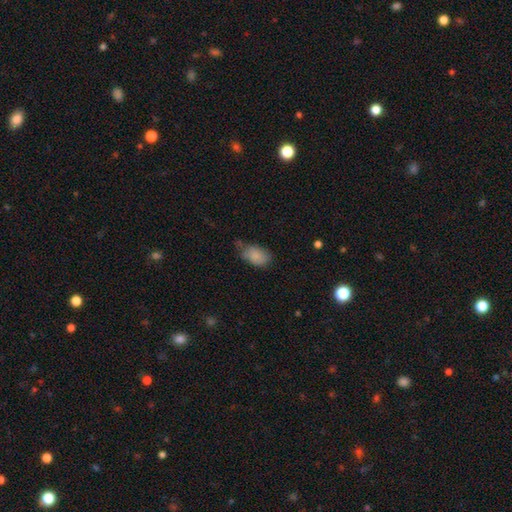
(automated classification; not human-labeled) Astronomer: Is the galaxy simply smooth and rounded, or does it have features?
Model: smooth — 85%.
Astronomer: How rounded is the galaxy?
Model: in between — 90%.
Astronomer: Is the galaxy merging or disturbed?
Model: none — 52% (runner-up: minor disturbance, 34%).